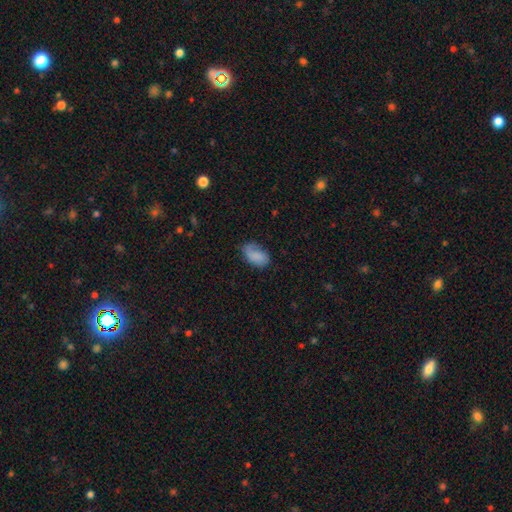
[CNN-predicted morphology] This appears to be a smooth galaxy with no disk features (75%) that is in between round and cigar-shaped (91%). Merging: none (53%).